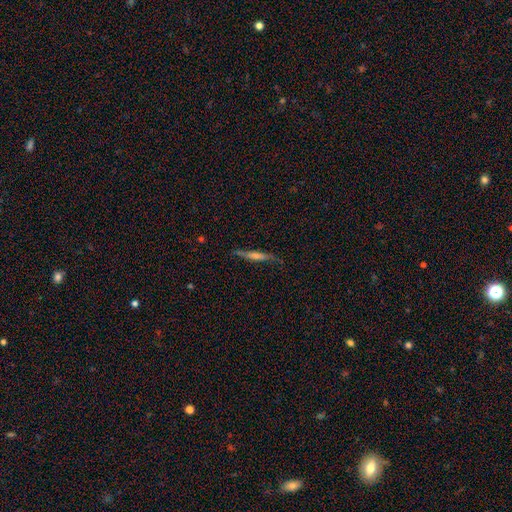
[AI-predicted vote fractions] smooth_or_featured: featured or disk (p=0.61) [alt: smooth p=0.32]
disk_edge_on: yes (p=0.94) [alt: no p=0.06]
edge_on_bulge: rounded (p=0.54) [alt: none p=0.28]
merging: none (p=0.82) [alt: minor disturbance p=0.14]